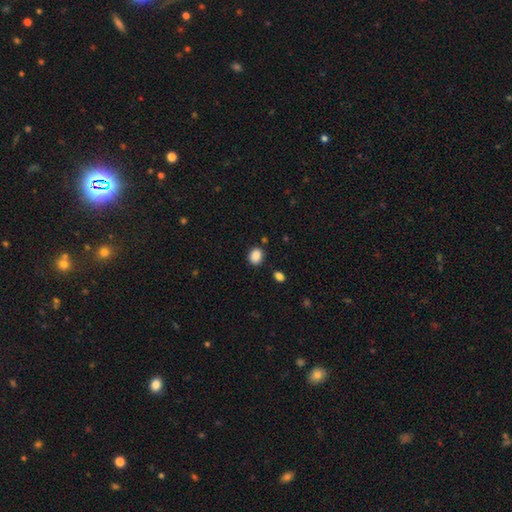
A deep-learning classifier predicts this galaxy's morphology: Smooth or featured? smooth (88%)
How rounded? round (57%)
Merging? none (83%)